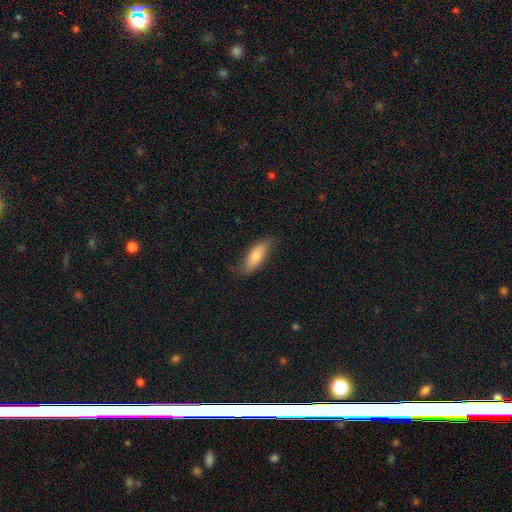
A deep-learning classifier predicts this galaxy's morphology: This appears to be a smooth galaxy with no disk features (72%) that is in between round and cigar-shaped (66%). Merging: none (73%).